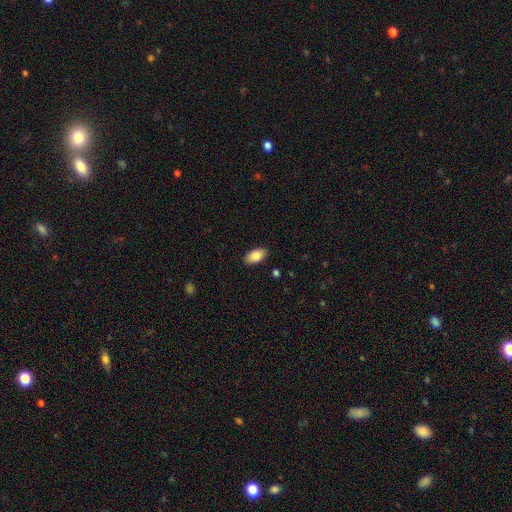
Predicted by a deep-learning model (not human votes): Smooth or featured: smooth — 85% (featured or disk — 8%)
How rounded: in between — 94% (round — 3%)
Merging: none — 89% (minor disturbance — 8%)